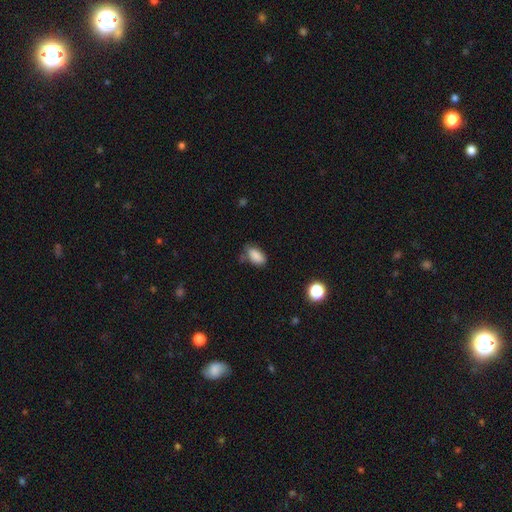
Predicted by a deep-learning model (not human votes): The model was most divided on "merging": none: 57%, minor disturbance: 30%, major disturbance: 8%, merger: 5%. More confident: how rounded — in between (90%); smooth or featured — smooth (85%).